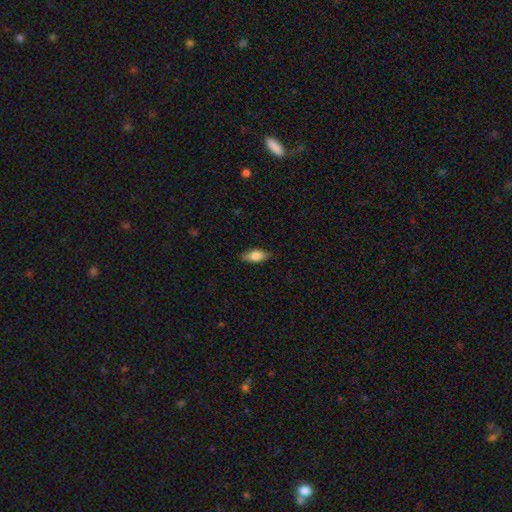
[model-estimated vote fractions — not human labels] This appears to be a smooth galaxy with no disk features (77%) that is in between round and cigar-shaped (83%). Merging: none (84%).